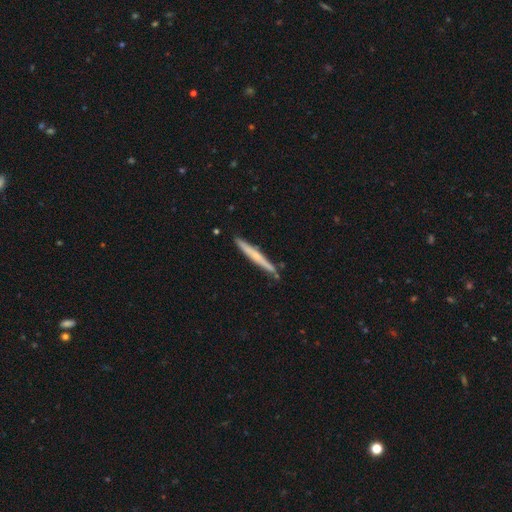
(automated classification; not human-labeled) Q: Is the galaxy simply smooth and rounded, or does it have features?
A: featured or disk — 51%.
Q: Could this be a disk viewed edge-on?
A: yes — 96%.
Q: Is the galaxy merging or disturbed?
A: none — 86%.